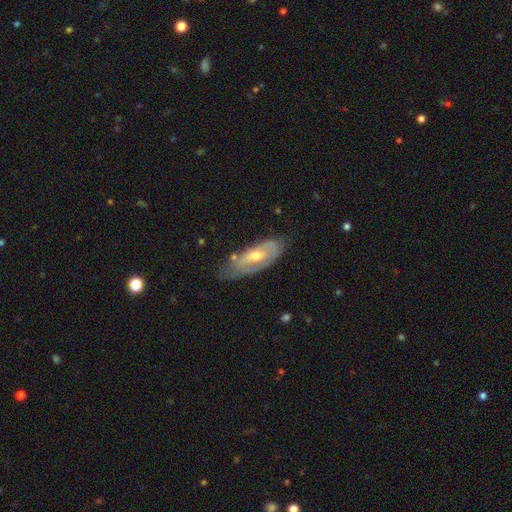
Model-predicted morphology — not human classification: Q: Smooth or featured?
A: featured or disk (68%); runner-up: smooth (25%)
Q: Edge-on disk?
A: no (84%); runner-up: yes (16%)
Q: Bar?
A: no (58%); runner-up: weak (32%)
Q: Spiral arms?
A: yes (63%); runner-up: no (37%)
Q: Bulge size?
A: moderate (59%); runner-up: small (35%)
Q: Merging?
A: none (59%); runner-up: minor disturbance (28%)